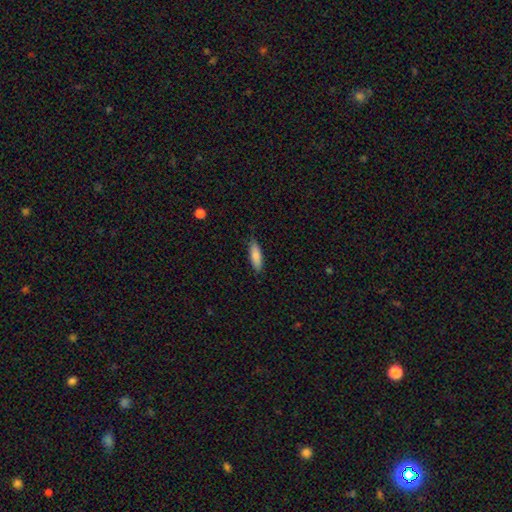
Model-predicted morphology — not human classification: smooth-or-featured: smooth: 84% | featured or disk: 10% | star or artifact: 6%
  how-rounded: cigar-shaped: 52% | in between: 46% | round: 2%
  merging: none: 83% | minor disturbance: 13% | major disturbance: 2% | merger: 1%